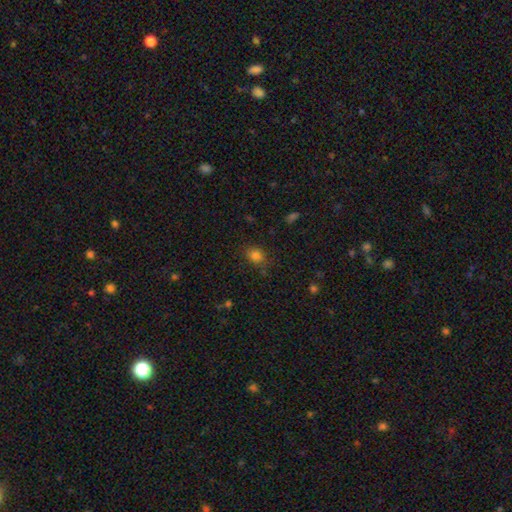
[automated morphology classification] Q: Smooth or featured?
A: smooth (80%); runner-up: star or artifact (14%)
Q: How rounded?
A: in between (50%); runner-up: round (49%)
Q: Merging?
A: none (77%); runner-up: minor disturbance (16%)